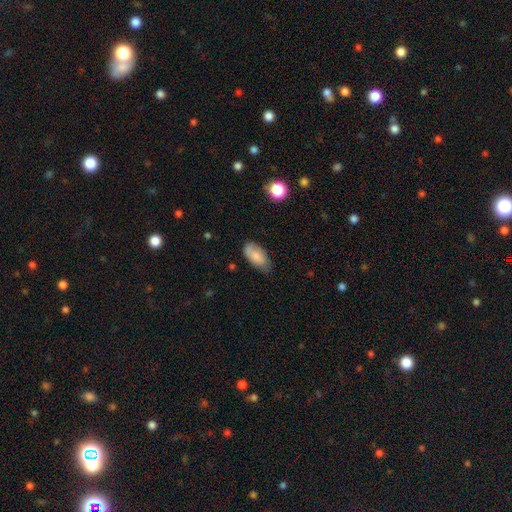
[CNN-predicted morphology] Smooth or featured? Predicted: smooth (p=0.76). How rounded? Predicted: in between (p=0.93). Merging? Predicted: none (p=0.65).